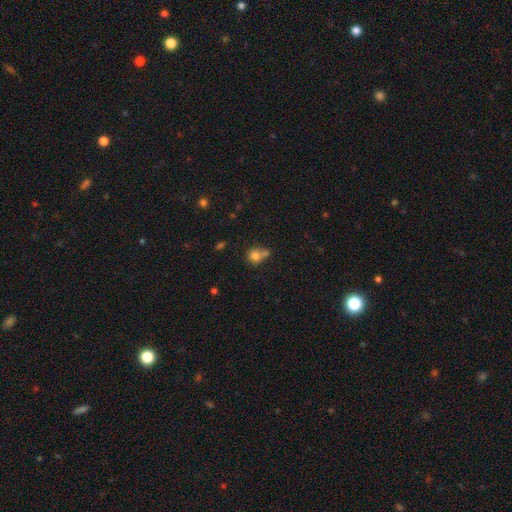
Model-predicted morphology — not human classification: Smooth or featured? Predicted: smooth (p=0.78). How rounded? Predicted: round (p=0.79). Merging? Predicted: none (p=0.43).